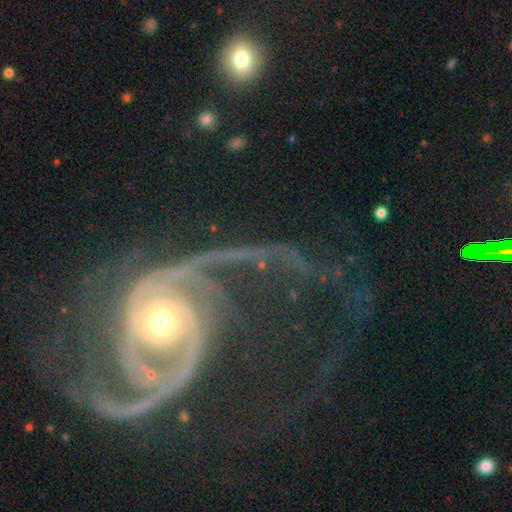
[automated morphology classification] Smooth or featured? featured or disk (91%)
Edge-on disk? no (97%)
Bar? no (61%)
Spiral arms? yes (97%)
Spiral winding? medium (45%)
Spiral arm count? 2 (76%)
Bulge size? small (49%)
Merging? none (43%)